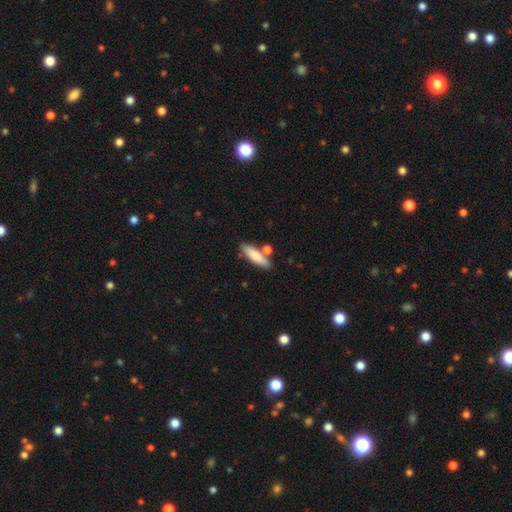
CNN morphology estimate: Q: Smooth or featured?
A: smooth (80%); runner-up: featured or disk (14%)
Q: How rounded?
A: cigar-shaped (58%); runner-up: in between (39%)
Q: Merging?
A: none (72%); runner-up: merger (13%)